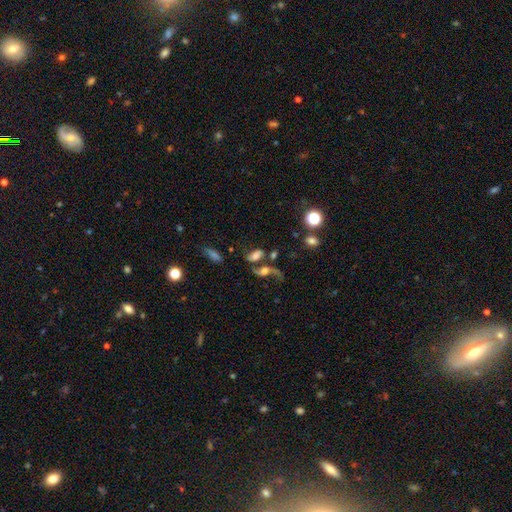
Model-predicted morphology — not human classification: Q: Smooth or featured?
A: smooth (45%); runner-up: featured or disk (39%)
Q: Merging?
A: none (36%); runner-up: merger (35%)